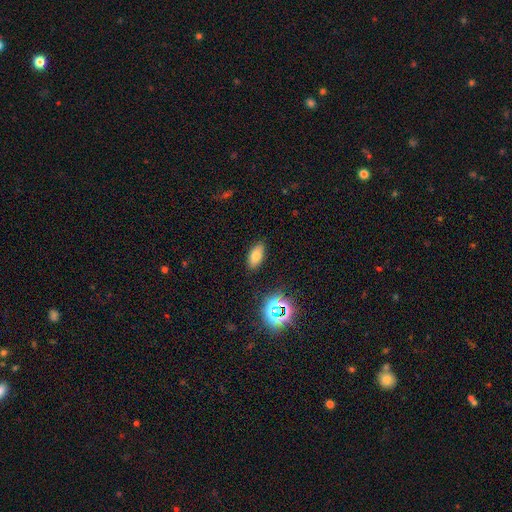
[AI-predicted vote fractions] Smooth or featured? smooth (72%)
How rounded? in between (89%)
Merging? none (86%)